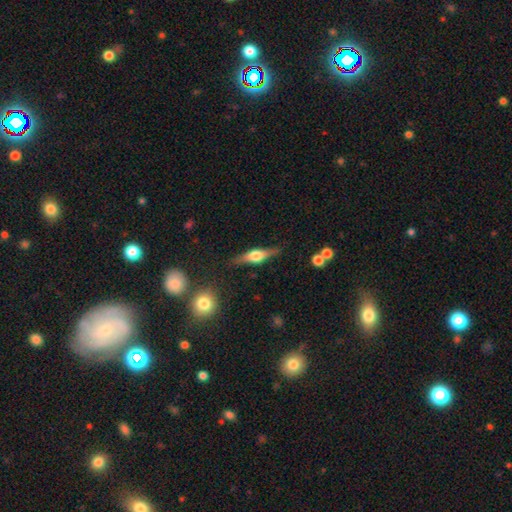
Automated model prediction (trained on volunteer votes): Smooth or featured?
  - featured or disk: 68% *
  - smooth: 26%
  - star or artifact: 6%
Edge-on disk?
  - yes: 95% *
  - no: 5%
Edge-on bulge?
  - rounded: 91% *
  - boxy: 7%
  - none: 2%
Merging?
  - none: 84% *
  - minor disturbance: 11%
  - major disturbance: 3%
  - merger: 2%